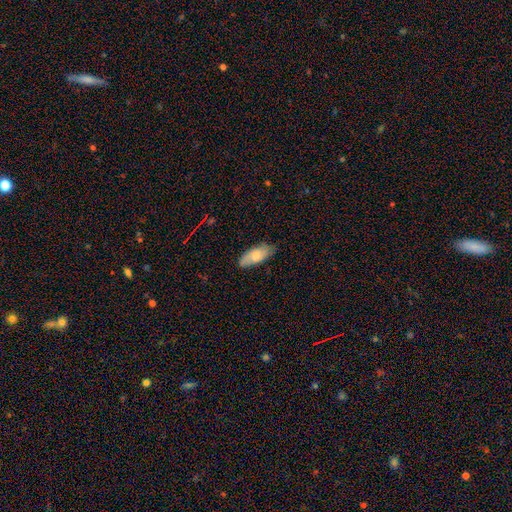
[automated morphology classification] Smooth or featured?
  - smooth: 74% *
  - featured or disk: 20%
  - star or artifact: 6%
How rounded?
  - in between: 83% *
  - cigar-shaped: 15%
  - round: 2%
Merging?
  - none: 78% *
  - minor disturbance: 18%
  - major disturbance: 3%
  - merger: 1%